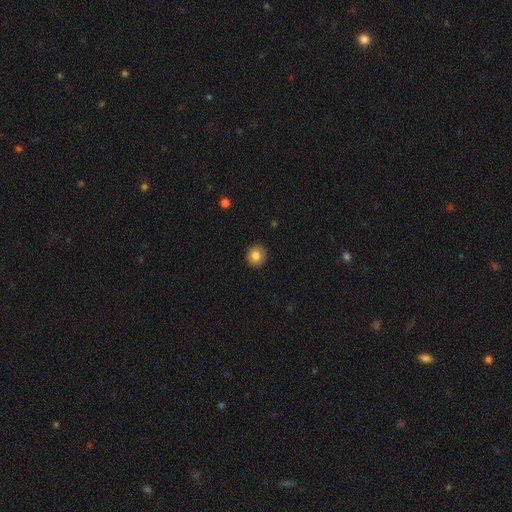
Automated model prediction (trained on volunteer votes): Morphology: type=smooth (84%); roundness=round (84%); merging=none (91%).